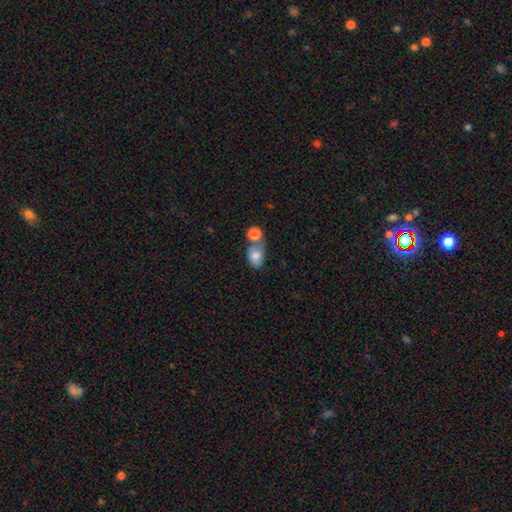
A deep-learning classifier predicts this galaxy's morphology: This is likely a smooth galaxy (78%). How rounded: likely in between (69%). Merging: marginally none (40%).